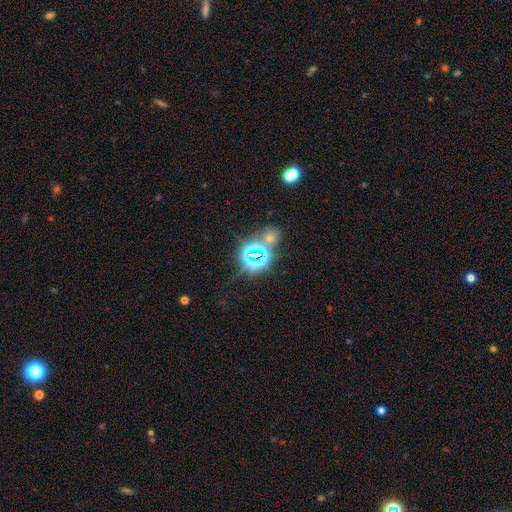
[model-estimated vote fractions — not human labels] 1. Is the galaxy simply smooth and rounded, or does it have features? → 73% star or artifact, 19% smooth, 8% featured or disk.